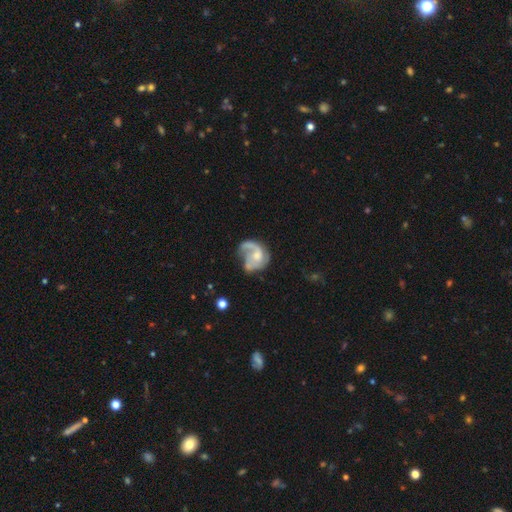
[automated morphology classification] Q: Smooth or featured?
A: featured or disk (79%); runner-up: smooth (15%)
Q: Edge-on disk?
A: no (98%); runner-up: yes (2%)
Q: Bar?
A: no (66%); runner-up: weak (30%)
Q: Spiral arms?
A: yes (90%); runner-up: no (10%)
Q: Spiral winding?
A: medium (45%); runner-up: loose (36%)
Q: Spiral arm count?
A: 2 (49%); runner-up: 1 (24%)
Q: Bulge size?
A: moderate (47%); runner-up: small (35%)
Q: Merging?
A: none (38%); runner-up: major disturbance (30%)